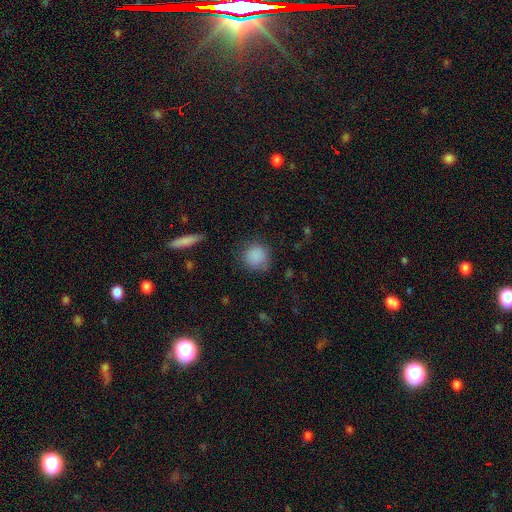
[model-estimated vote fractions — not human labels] A smooth galaxy with no disk features (87%) that is round (90%).

Vote fractions:
- Smooth or featured? smooth: 87% / star or artifact: 9% / featured or disk: 5%
- How rounded? round: 90% / in between: 9% / cigar-shaped: 1%
- Merging? none: 79% / minor disturbance: 15% / major disturbance: 5% / merger: 1%